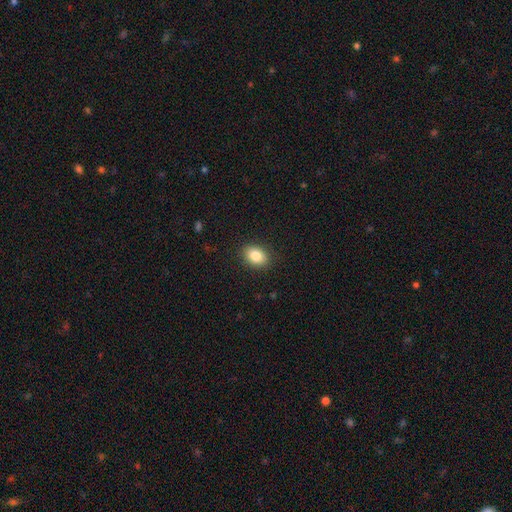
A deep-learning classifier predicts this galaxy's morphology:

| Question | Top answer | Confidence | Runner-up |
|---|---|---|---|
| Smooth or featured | smooth | 84% | star or artifact (9%) |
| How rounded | in between | 71% | round (27%) |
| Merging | none | 89% | minor disturbance (8%) |